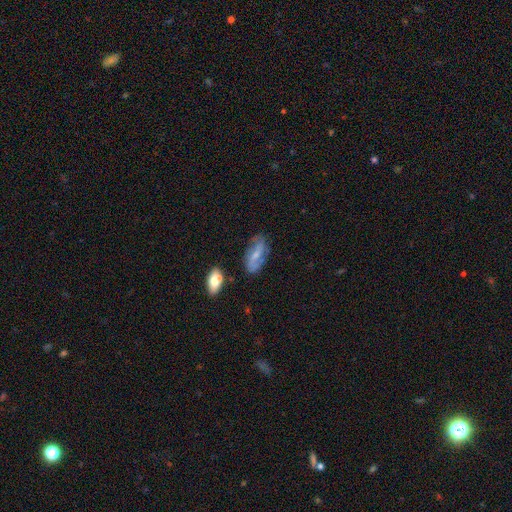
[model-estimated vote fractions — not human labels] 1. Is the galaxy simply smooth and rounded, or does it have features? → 58% featured or disk, 34% smooth, 8% star or artifact.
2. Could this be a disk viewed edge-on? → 90% no, 10% yes.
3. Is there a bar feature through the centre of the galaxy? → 44% weak, 31% no, 25% strong.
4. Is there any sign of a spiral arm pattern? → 82% yes, 18% no.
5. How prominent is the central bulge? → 55% small, 32% moderate, 9% none, 2% large, 1% dominant.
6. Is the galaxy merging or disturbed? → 71% none, 19% minor disturbance, 5% major disturbance, 4% merger.